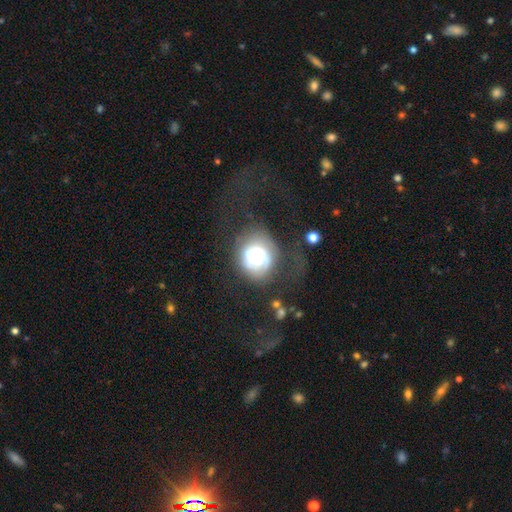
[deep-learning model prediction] Smooth or featured?
  - featured or disk: 45% * (tied)
  - smooth: 45% * (tied)
  - star or artifact: 10%
Merging?
  - none: 36% * (tied)
  - major disturbance: 36% * (tied)
  - minor disturbance: 25%
  - merger: 3%